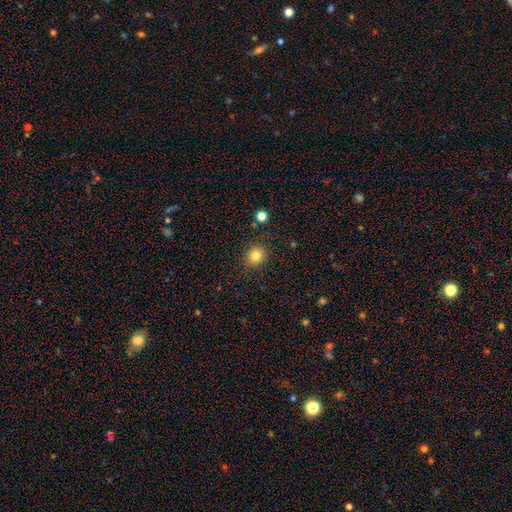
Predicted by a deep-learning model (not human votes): Morphology: type=smooth (81%); roundness=round (81%); merging=none (88%).